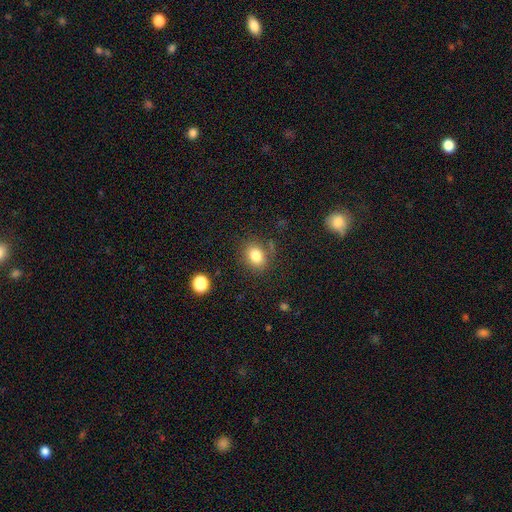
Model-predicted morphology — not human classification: Q: Smooth or featured?
A: smooth (81%); runner-up: star or artifact (11%)
Q: How rounded?
A: round (51%); runner-up: in between (48%)
Q: Merging?
A: none (78%); runner-up: minor disturbance (13%)